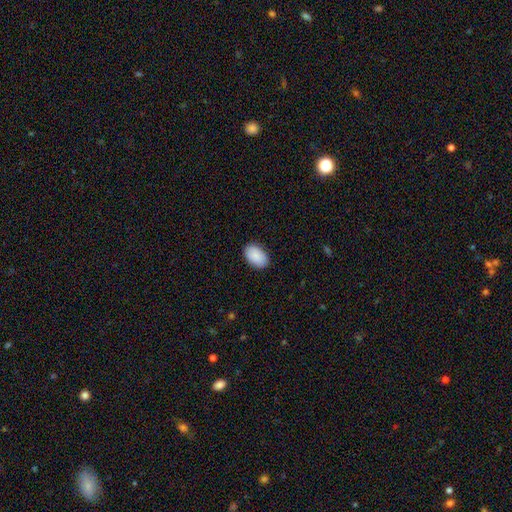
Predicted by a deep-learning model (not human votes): Smooth or featured?
  - smooth: 90% *
  - star or artifact: 6%
  - featured or disk: 4%
How rounded?
  - in between: 93% *
  - round: 6%
  - cigar-shaped: 1%
Merging?
  - none: 87% *
  - minor disturbance: 10%
  - major disturbance: 2%
  - merger: 1%